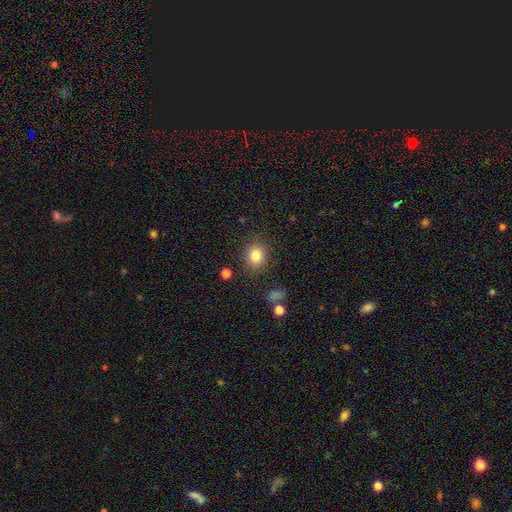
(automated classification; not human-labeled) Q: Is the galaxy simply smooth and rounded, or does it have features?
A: smooth — 83%.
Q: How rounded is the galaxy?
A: round — 66%.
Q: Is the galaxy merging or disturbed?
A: none — 84%.